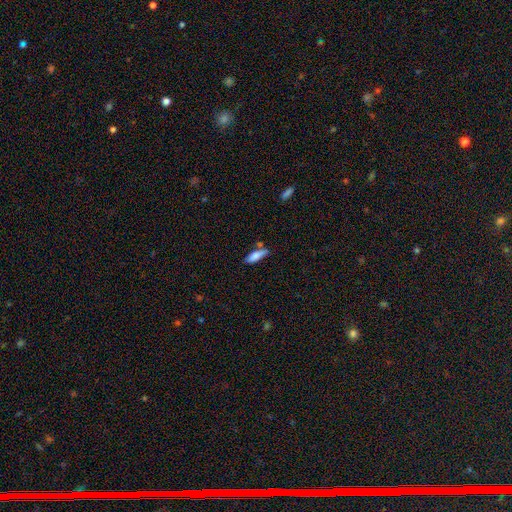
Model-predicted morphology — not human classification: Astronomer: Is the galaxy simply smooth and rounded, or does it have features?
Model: smooth — 77%.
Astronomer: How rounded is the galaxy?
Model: in between — 57% (runner-up: cigar-shaped, 41%).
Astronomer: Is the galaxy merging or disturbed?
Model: none — 57%.